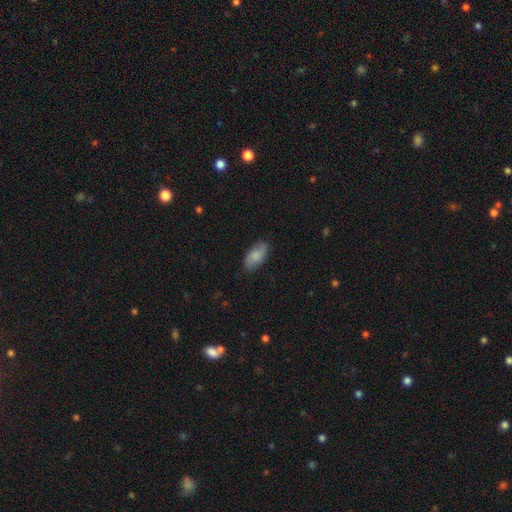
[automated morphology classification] Overall: smooth (79%). How rounded: in between (92%). Merging: none (83%).